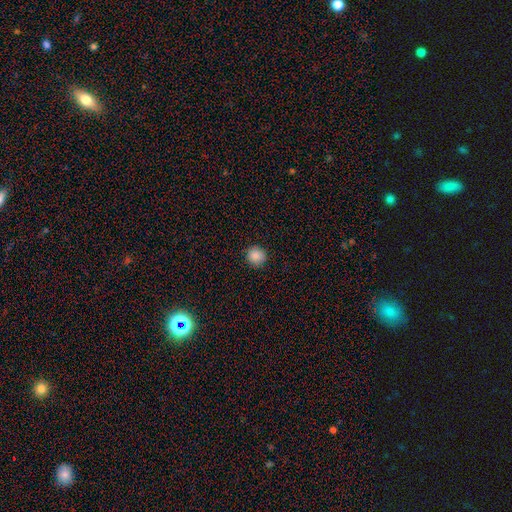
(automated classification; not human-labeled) This is clearly a smooth galaxy (87%). How rounded: clearly round (93%). Merging: clearly none (91%).